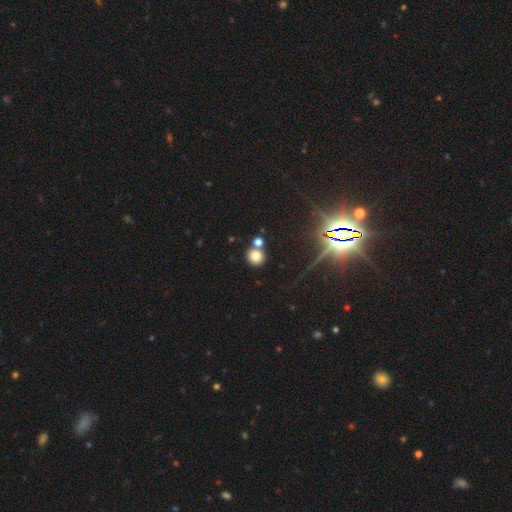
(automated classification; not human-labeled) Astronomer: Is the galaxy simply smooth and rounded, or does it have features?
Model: smooth — 76%.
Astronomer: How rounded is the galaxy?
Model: round — 90%.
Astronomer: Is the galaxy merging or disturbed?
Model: none — 67%.